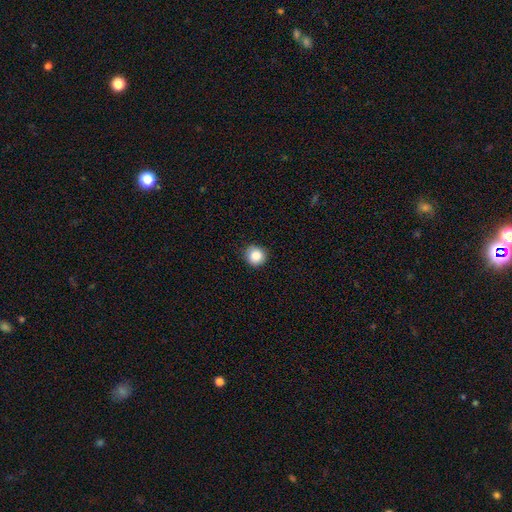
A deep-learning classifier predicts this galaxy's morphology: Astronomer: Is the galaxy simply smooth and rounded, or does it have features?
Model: smooth — 87%.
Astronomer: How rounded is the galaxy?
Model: round — 93%.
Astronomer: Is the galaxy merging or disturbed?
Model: none — 88%.